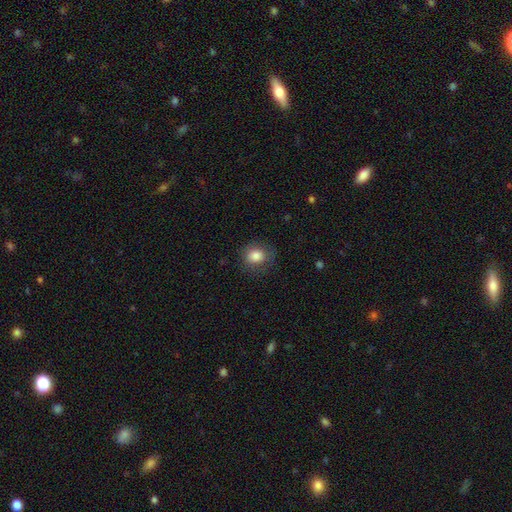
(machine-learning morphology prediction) A smooth galaxy with no disk features (82%) that is round (72%). Merging: none (78%).